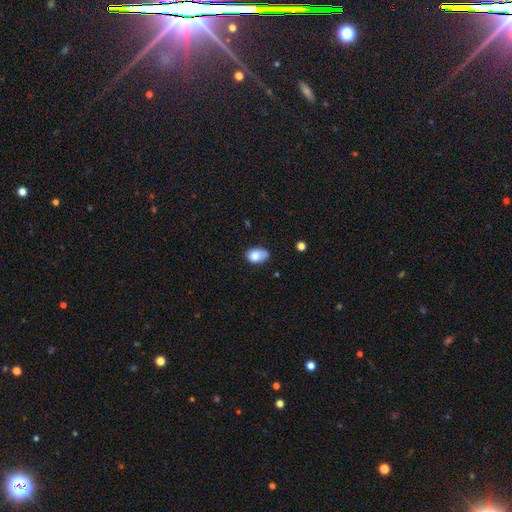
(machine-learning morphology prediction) type=smooth (82%); roundness=in between (85%); merging=none (54%).